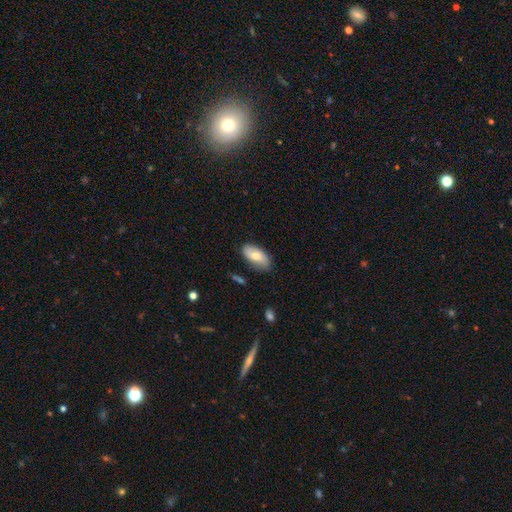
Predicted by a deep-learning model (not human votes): This appears to be a smooth galaxy with no disk features (69%) that is in between round and cigar-shaped (93%). Merging: none (77%).